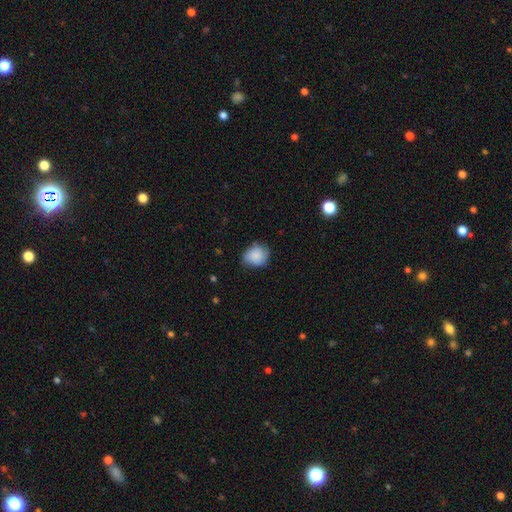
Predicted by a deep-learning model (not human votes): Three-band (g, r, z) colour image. It shows a smooth galaxy with no disk features (83%) that is round (64%). Merging: none (65%).